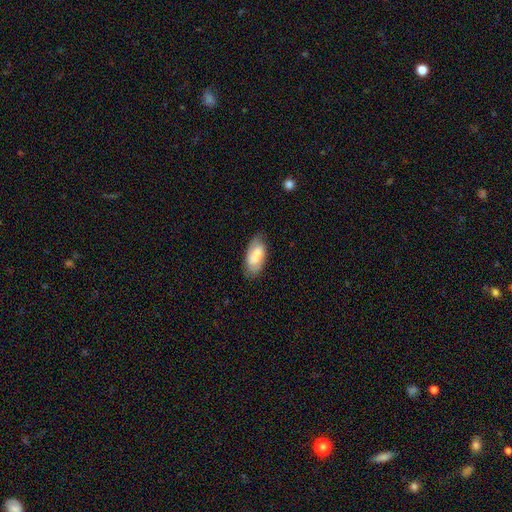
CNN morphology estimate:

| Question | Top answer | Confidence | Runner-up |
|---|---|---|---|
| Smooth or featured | smooth | 61% | featured or disk (32%) |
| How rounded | in between | 91% | cigar-shaped (6%) |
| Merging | none | 78% | minor disturbance (16%) |